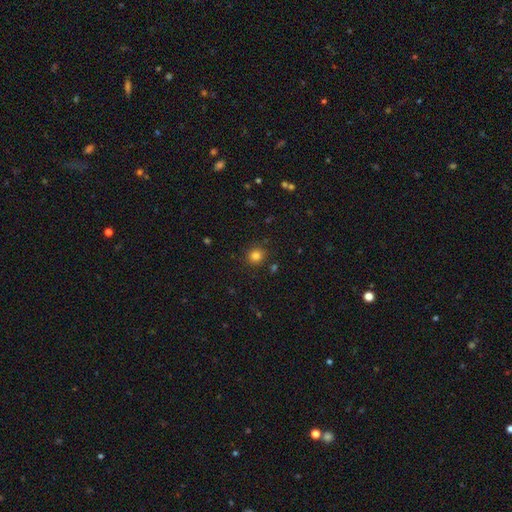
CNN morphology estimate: Smooth or featured? Predicted: smooth (p=0.82). How rounded? Predicted: round (p=0.91). Merging? Predicted: none (p=0.88).